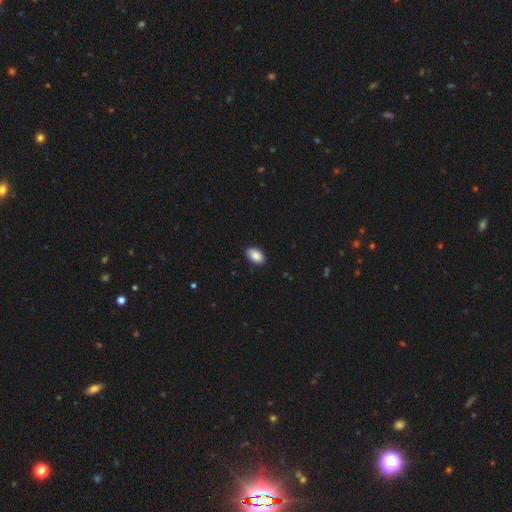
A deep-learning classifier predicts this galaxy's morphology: Overall: smooth (89%). How rounded: in between (90%). Merging: none (88%).